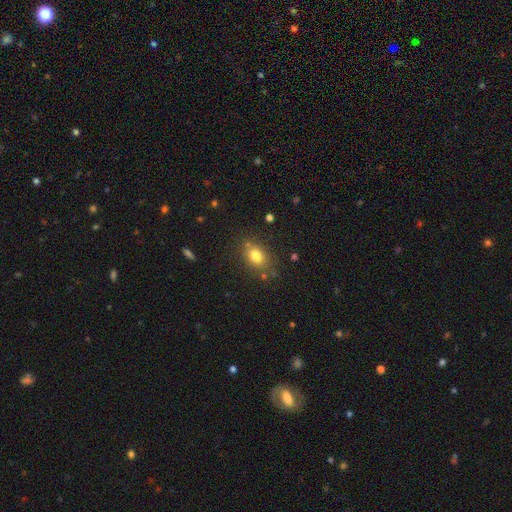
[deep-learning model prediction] This appears to be a smooth galaxy with no disk features (78%) that is in between round and cigar-shaped (67%). Merging: none (77%).